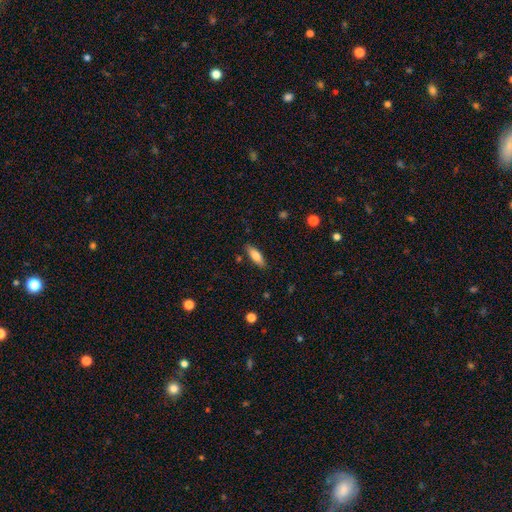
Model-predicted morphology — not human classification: The model was most divided on "how rounded": in between: 56%, cigar-shaped: 42%, round: 2%. More confident: merging — none (85%); smooth or featured — smooth (74%).